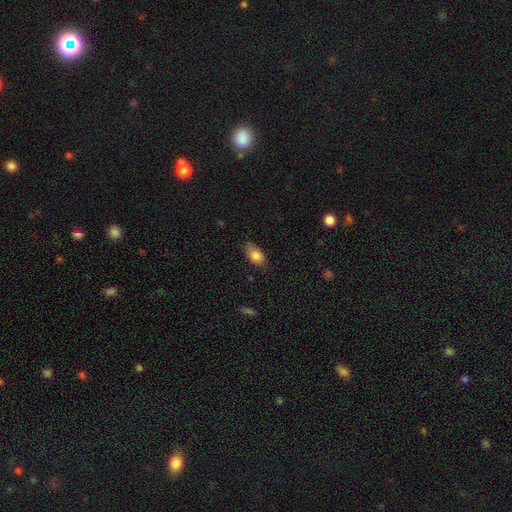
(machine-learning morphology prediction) smooth_or_featured: smooth (p=0.83) [alt: featured or disk p=0.09]
how_rounded: in between (p=0.88) [alt: round p=0.08]
merging: none (p=0.72) [alt: minor disturbance p=0.22]